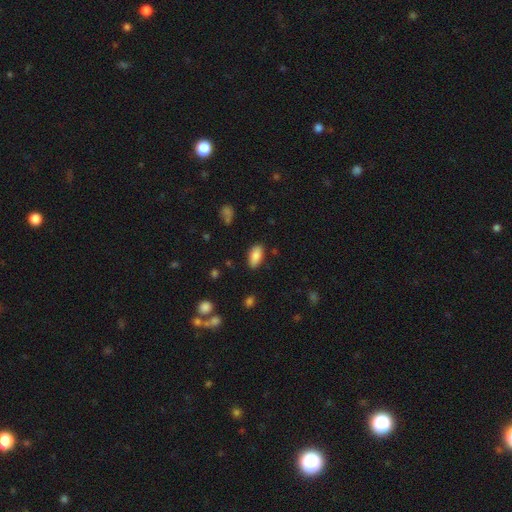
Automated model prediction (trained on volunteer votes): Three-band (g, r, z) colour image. It shows a smooth galaxy with no disk features (87%) that is in between round and cigar-shaped (92%). Merging: none (82%).